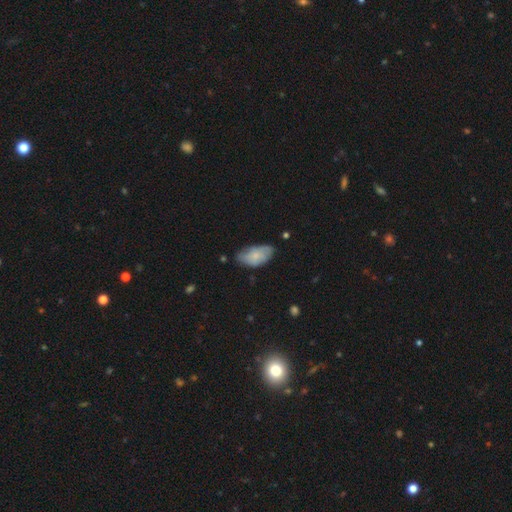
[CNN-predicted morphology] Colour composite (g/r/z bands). It shows a smooth galaxy with no disk features (65%) that is in between round and cigar-shaped (94%). Merging: none (56%).